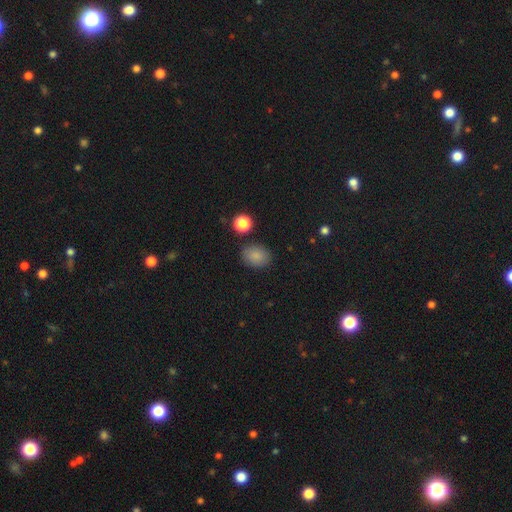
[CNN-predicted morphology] This appears to be a smooth galaxy with no disk features (86%) that is in between round and cigar-shaped (67%). Merging: none (84%).